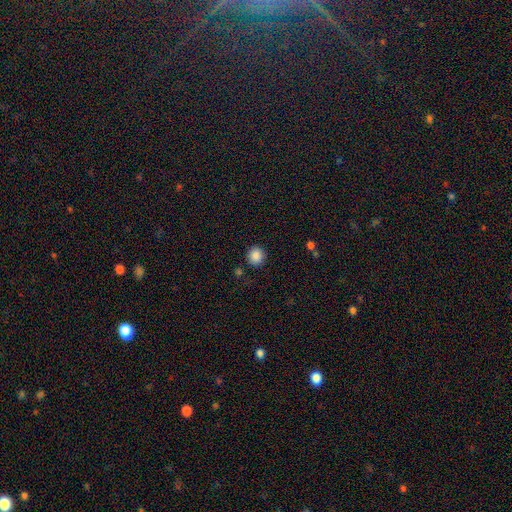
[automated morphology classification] smooth 87%, star or artifact 9%, featured or disk 3%. Down the decision tree: how rounded — round (89%); merging — none (87%).